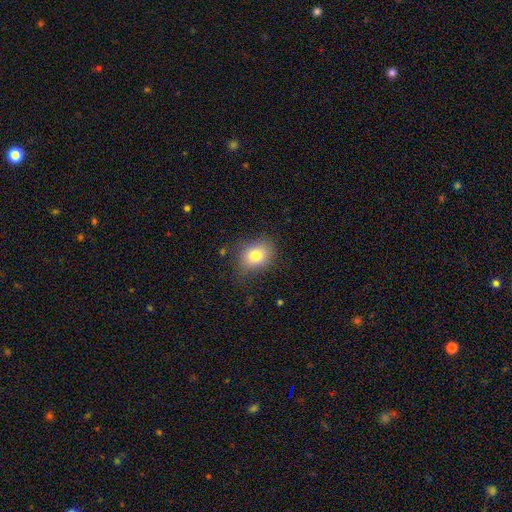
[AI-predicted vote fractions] Morphology: type=smooth (79%); roundness=in between (53%); merging=none (76%).